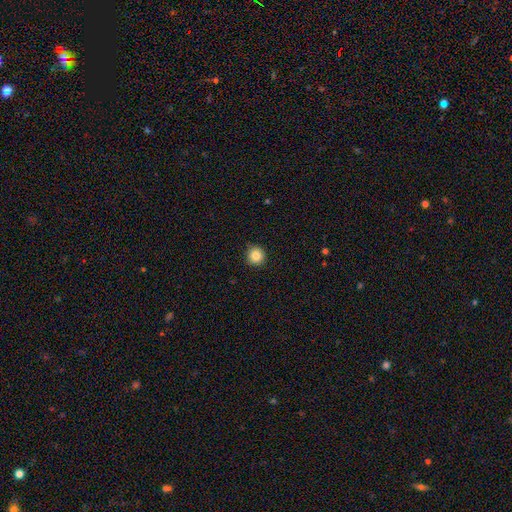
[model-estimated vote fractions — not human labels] A smooth galaxy with no disk features (84%) that is round (94%).

Vote fractions:
- Smooth or featured? smooth: 84% / star or artifact: 10% / featured or disk: 5%
- How rounded? round: 94% / in between: 5% / cigar-shaped: 1%
- Merging? none: 89% / minor disturbance: 8% / major disturbance: 2% / merger: 1%